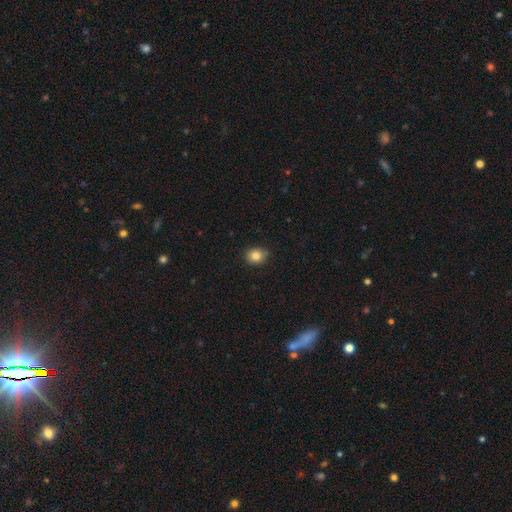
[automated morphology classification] smooth-or-featured: smooth: 83% | star or artifact: 10% | featured or disk: 7%
  how-rounded: round: 73% | in between: 26% | cigar-shaped: 1%
  merging: none: 86% | minor disturbance: 11% | major disturbance: 2% | merger: 1%